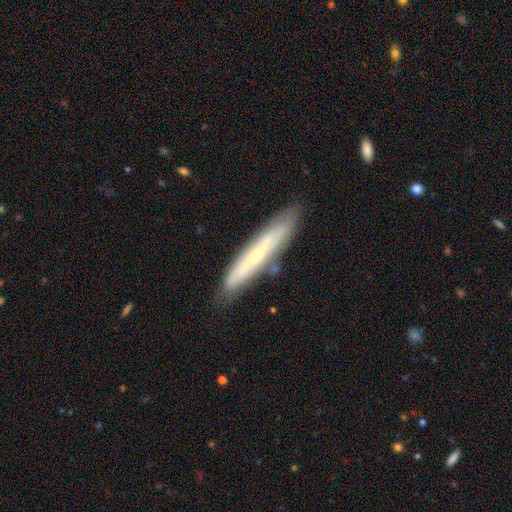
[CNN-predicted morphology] This appears to be a featured or disk galaxy (59%) viewed edge-on (71%). Merging: none (79%).